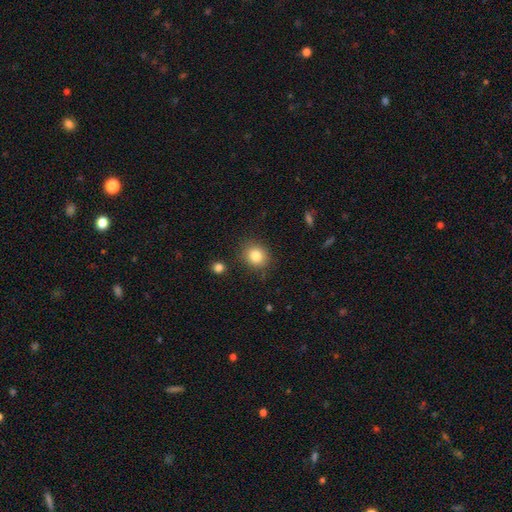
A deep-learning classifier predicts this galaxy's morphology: Smooth or featured: smooth — 83% (star or artifact — 10%)
How rounded: round — 77% (in between — 22%)
Merging: none — 84% (minor disturbance — 10%)